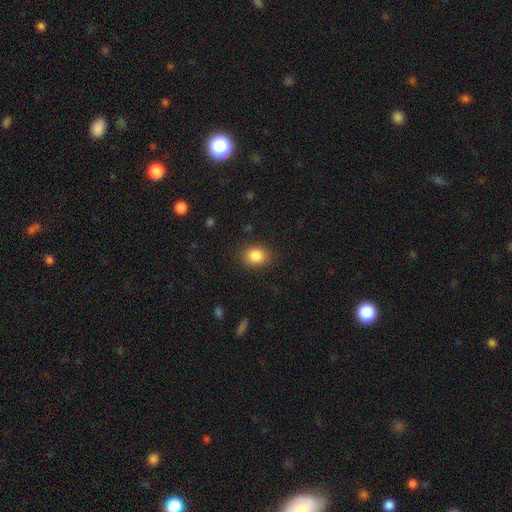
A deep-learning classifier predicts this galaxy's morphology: Smooth or featured?
  - smooth: 86% *
  - star or artifact: 9%
  - featured or disk: 5%
How rounded?
  - in between: 50% *
  - round: 49%
  - cigar-shaped: 1%
Merging?
  - none: 86% *
  - minor disturbance: 10%
  - major disturbance: 3%
  - merger: 1%